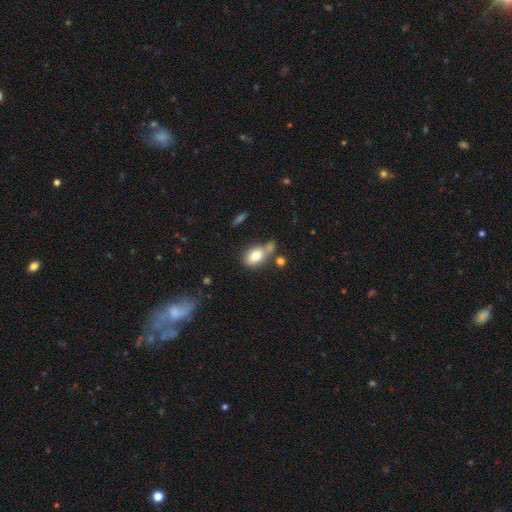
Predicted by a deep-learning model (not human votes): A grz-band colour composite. It shows a smooth galaxy with no disk features (79%) that is in between round and cigar-shaped (81%). Merging: none (46%).